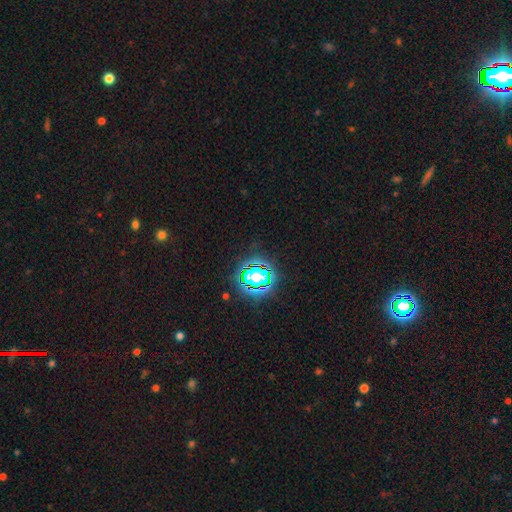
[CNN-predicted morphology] smooth-or-featured: star or artifact: 82% | smooth: 12% | featured or disk: 7%